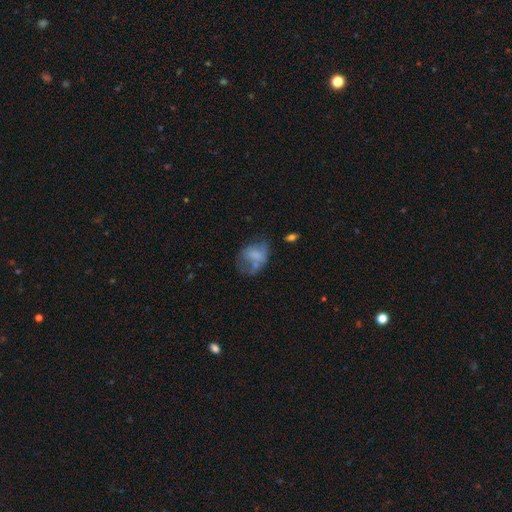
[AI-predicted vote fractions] smooth 59%, featured or disk 30%, star or artifact 11%. Down the decision tree: how rounded — in between (66%); merging — major disturbance (34%).